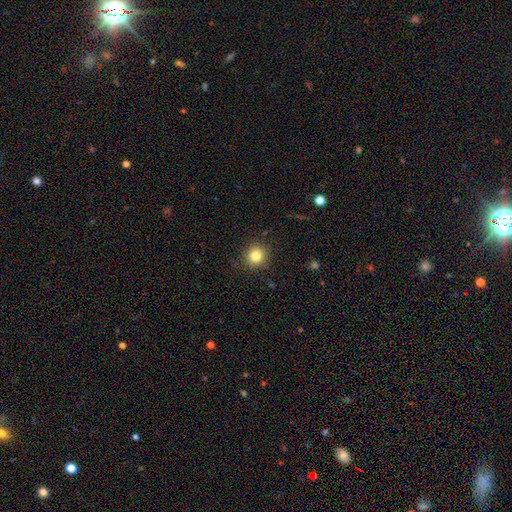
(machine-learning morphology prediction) Smooth or featured? Predicted: smooth (p=0.82). How rounded? Predicted: round (p=0.91). Merging? Predicted: none (p=0.89).